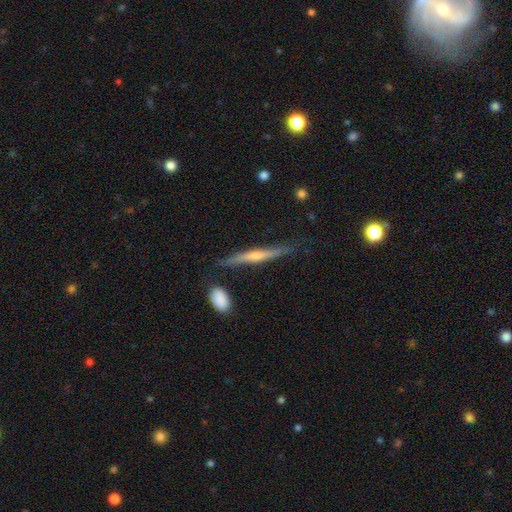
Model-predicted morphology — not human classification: The model was most divided on "smooth or featured": featured or disk: 72%, smooth: 21%, star or artifact: 7%. More confident: edge-on disk — yes (97%); merging — none (82%); edge-on bulge — rounded (78%).